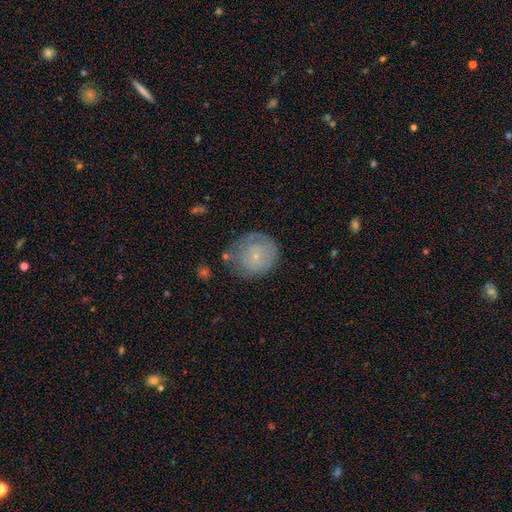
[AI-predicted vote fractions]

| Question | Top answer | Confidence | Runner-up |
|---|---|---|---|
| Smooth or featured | smooth | 58% | featured or disk (34%) |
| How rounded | round | 85% | in between (14%) |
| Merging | none | 61% | minor disturbance (25%) |